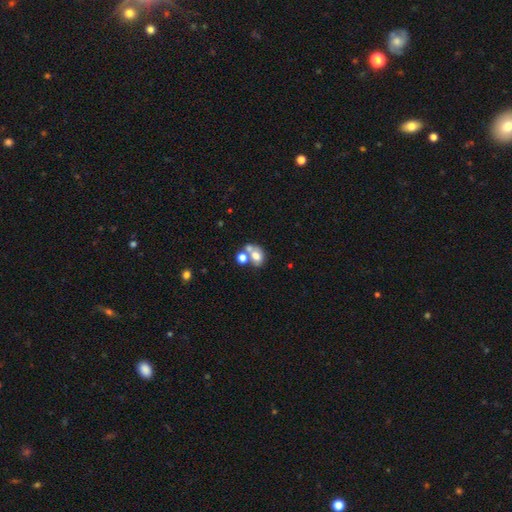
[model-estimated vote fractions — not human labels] Q: Smooth or featured?
A: smooth (64%); runner-up: featured or disk (23%)
Q: How rounded?
A: in between (55%); runner-up: round (44%)
Q: Merging?
A: merger (49%); runner-up: none (33%)